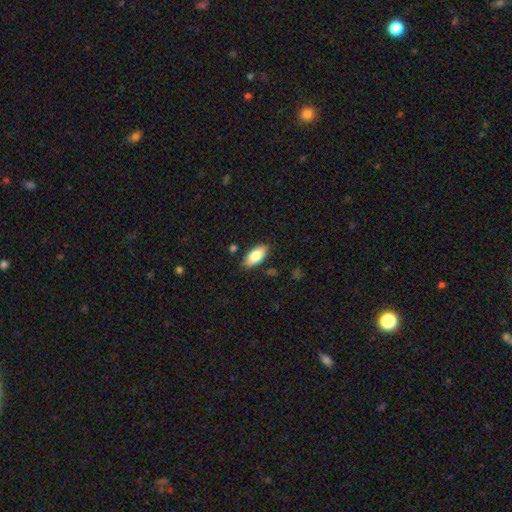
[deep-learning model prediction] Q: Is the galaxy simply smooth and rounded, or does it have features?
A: smooth — 80%.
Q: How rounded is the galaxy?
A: in between — 89%.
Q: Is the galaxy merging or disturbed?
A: none — 86%.